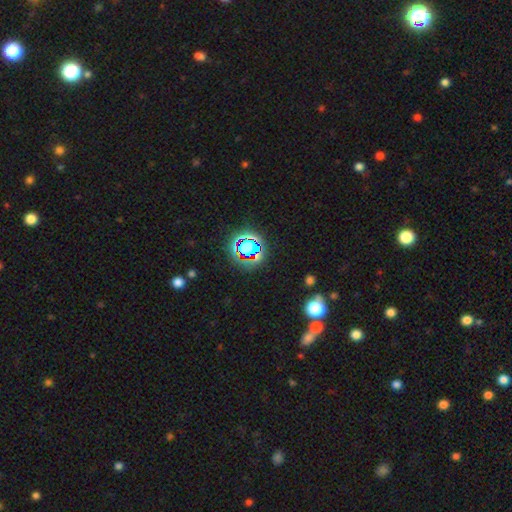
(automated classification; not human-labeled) Smooth or featured?
  - star or artifact: 70% *
  - smooth: 20%
  - featured or disk: 10%